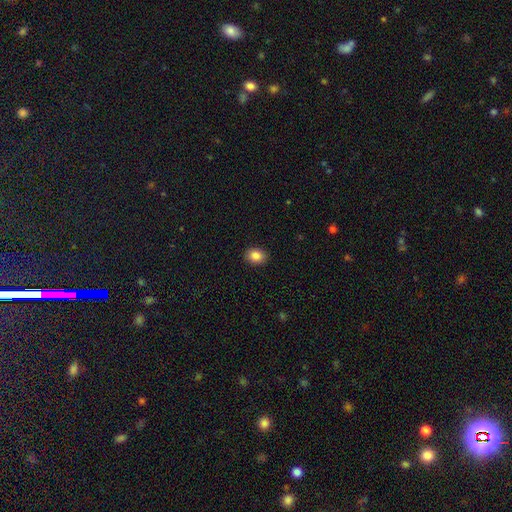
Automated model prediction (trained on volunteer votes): smooth 86%, star or artifact 9%, featured or disk 5%. Down the decision tree: how rounded — in between (58%); merging — none (91%).